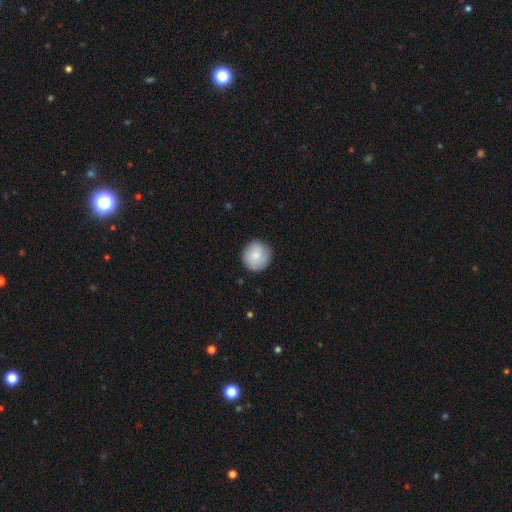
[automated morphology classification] smooth-or-featured: smooth: 72% | featured or disk: 22% | star or artifact: 7%
  how-rounded: round: 93% | in between: 6% | cigar-shaped: 1%
  merging: none: 85% | minor disturbance: 12% | major disturbance: 3% | merger: 1%